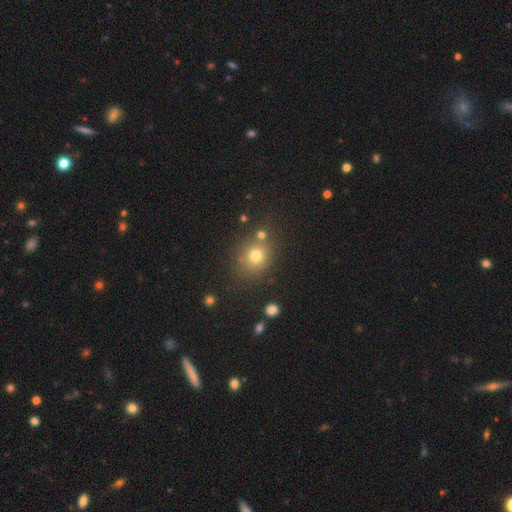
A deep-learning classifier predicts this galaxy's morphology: Overall: smooth (75%). How rounded: round (77%). Merging: none (73%).